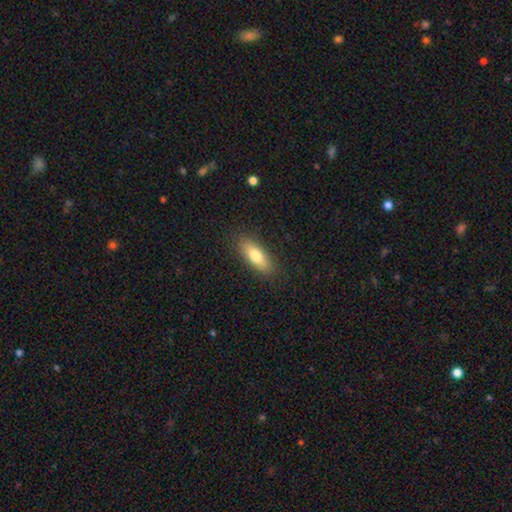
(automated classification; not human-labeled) This appears to be a smooth galaxy with no disk features (75%) that is in between round and cigar-shaped (67%). Merging: none (87%).